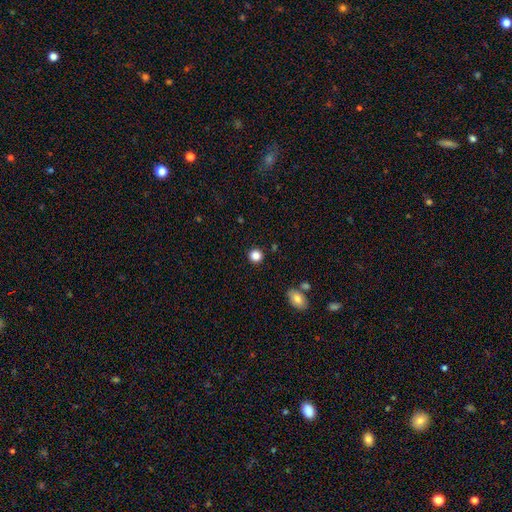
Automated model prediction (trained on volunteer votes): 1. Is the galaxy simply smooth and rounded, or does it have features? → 85% smooth, 11% star or artifact, 4% featured or disk.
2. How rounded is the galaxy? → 90% round, 9% in between, 1% cigar-shaped.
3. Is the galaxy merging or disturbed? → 90% none, 6% minor disturbance, 2% major disturbance, 2% merger.